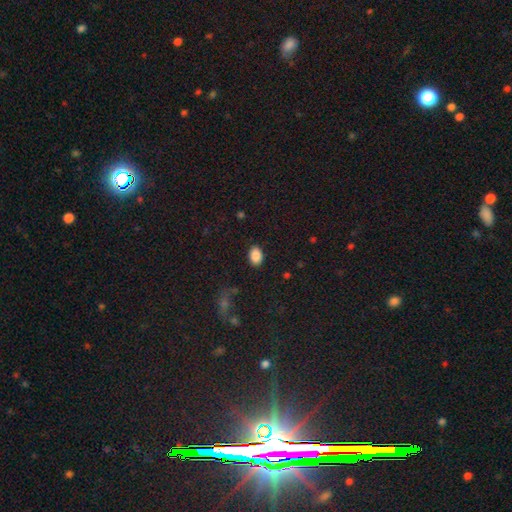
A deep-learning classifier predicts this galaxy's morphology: A smooth galaxy with no disk features (89%) that is in between round and cigar-shaped (82%). Merging: none (88%).